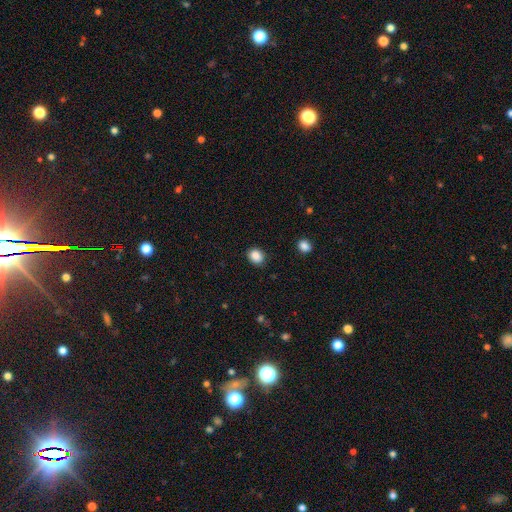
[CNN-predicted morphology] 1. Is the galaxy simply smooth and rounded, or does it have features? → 87% smooth, 9% star or artifact, 4% featured or disk.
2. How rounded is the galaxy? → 56% round, 43% in between, 1% cigar-shaped.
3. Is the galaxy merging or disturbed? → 87% none, 9% minor disturbance, 2% major disturbance, 1% merger.